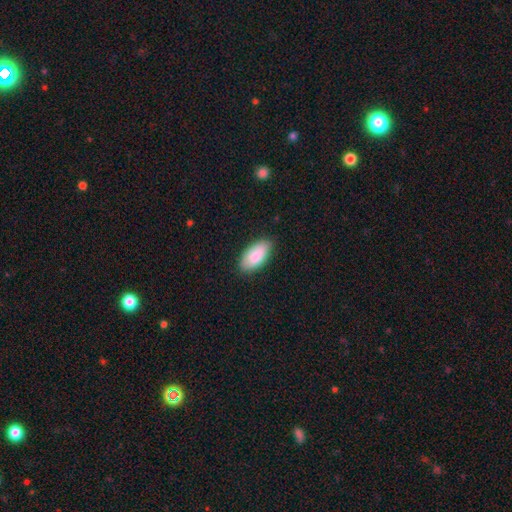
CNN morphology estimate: A smooth galaxy with no disk features (87%) that is in between round and cigar-shaped (92%). Merging: none (83%).